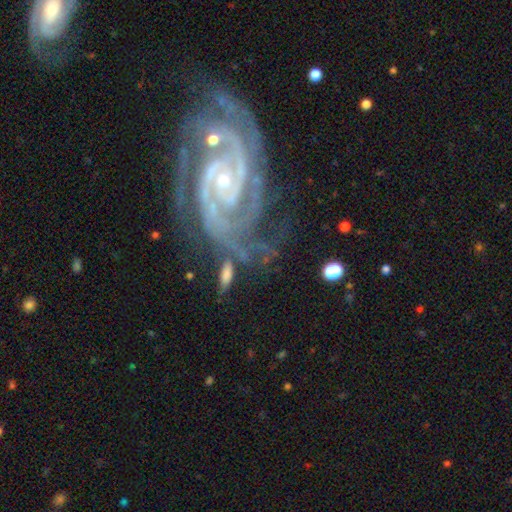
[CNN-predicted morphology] This is clearly a featured or disk galaxy (91%). It is clearly not viewed edge-on (97%). Bar: possibly no (52%). Spiral arm pattern: clearly yes (99%). Spiral arm count: marginally 2 (42%). Spiral winding: likely tight (70%). Central bulge: clearly small (82%). Merging: likely none (63%).